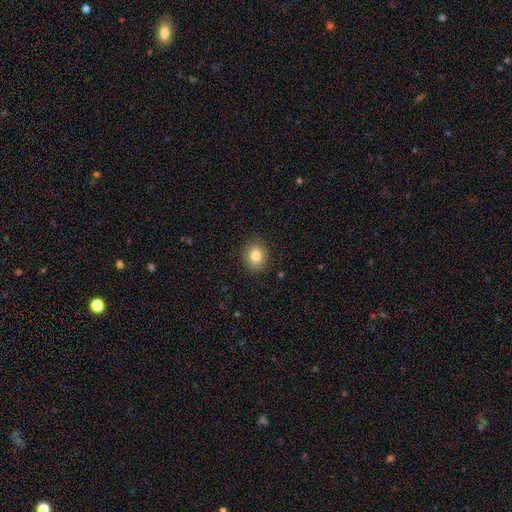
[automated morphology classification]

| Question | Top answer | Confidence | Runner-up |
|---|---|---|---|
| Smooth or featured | smooth | 81% | star or artifact (10%) |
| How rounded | round | 76% | in between (23%) |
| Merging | none | 90% | minor disturbance (7%) |